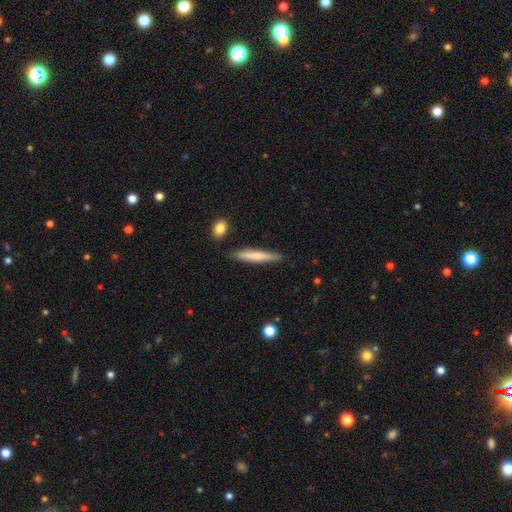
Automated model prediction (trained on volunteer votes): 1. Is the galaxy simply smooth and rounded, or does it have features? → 61% smooth, 33% featured or disk, 6% star or artifact.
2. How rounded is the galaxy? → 93% cigar-shaped, 5% in between, 1% round.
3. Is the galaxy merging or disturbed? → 86% none, 10% minor disturbance, 3% merger, 2% major disturbance.